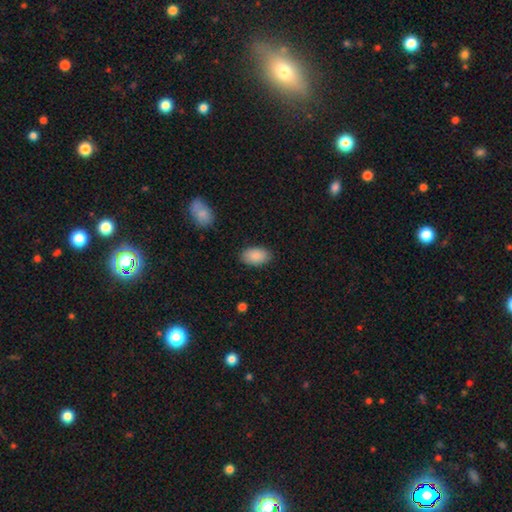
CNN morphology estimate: Smooth or featured: smooth — 89% (star or artifact — 6%)
How rounded: in between — 93% (round — 5%)
Merging: none — 87% (minor disturbance — 10%)